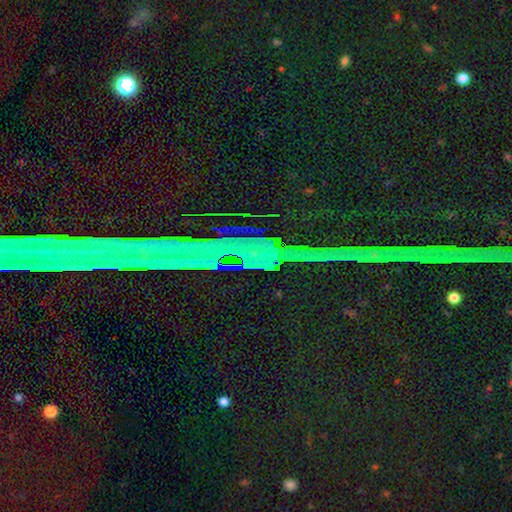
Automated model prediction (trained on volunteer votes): Overall: star or artifact (83%).